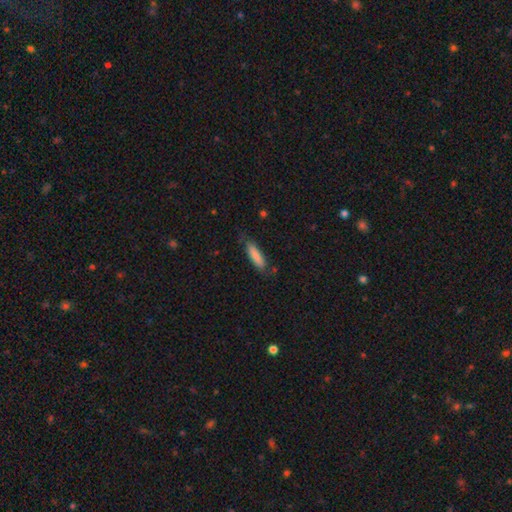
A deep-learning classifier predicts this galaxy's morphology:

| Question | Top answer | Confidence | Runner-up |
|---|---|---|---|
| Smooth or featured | smooth | 83% | featured or disk (10%) |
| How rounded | cigar-shaped | 68% | in between (31%) |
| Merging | none | 74% | minor disturbance (20%) |